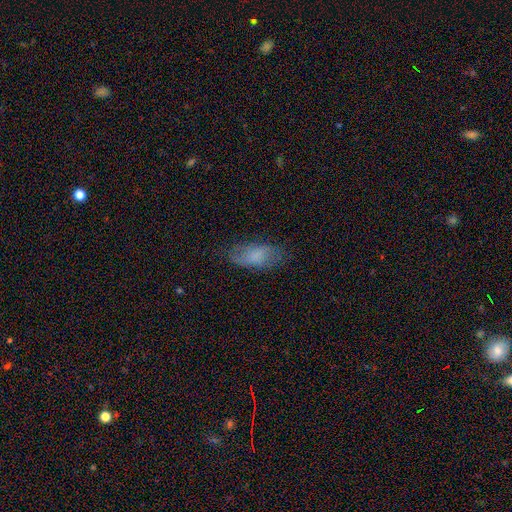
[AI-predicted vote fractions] Smooth or featured: smooth — 73% (featured or disk — 19%)
How rounded: in between — 86% (cigar-shaped — 11%)
Merging: none — 70% (minor disturbance — 22%)